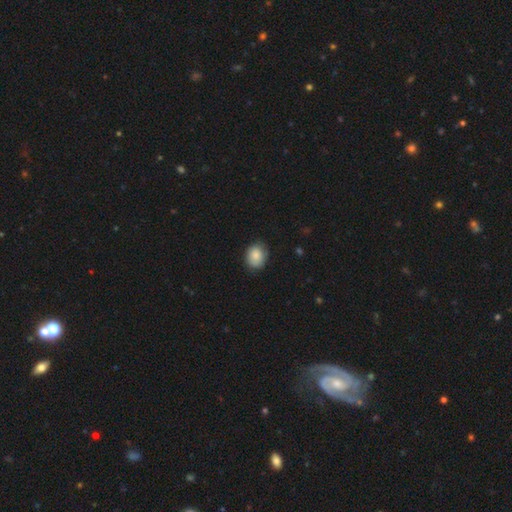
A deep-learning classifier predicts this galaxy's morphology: Smooth or featured? smooth (85%)
How rounded? round (53%)
Merging? none (80%)